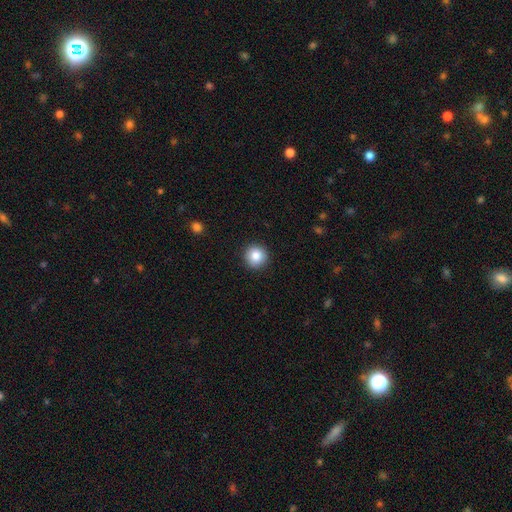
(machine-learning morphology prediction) type=smooth (86%); roundness=round (95%); merging=none (92%).